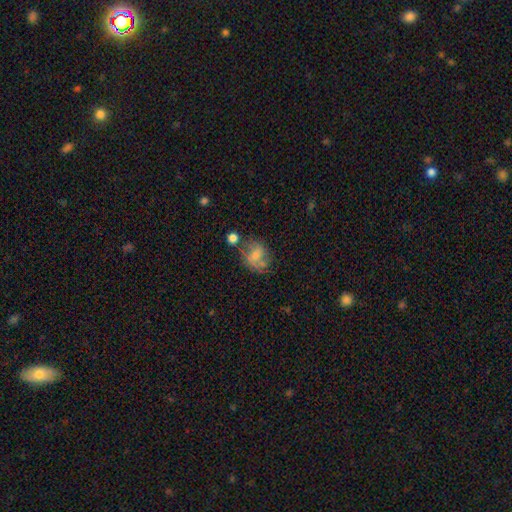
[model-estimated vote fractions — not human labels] smooth-or-featured: smooth: 52% | featured or disk: 37% | star or artifact: 11%
  how-rounded: round: 57% | in between: 42% | cigar-shaped: 1%
  merging: none: 44% | minor disturbance: 25% | major disturbance: 19% | merger: 12%